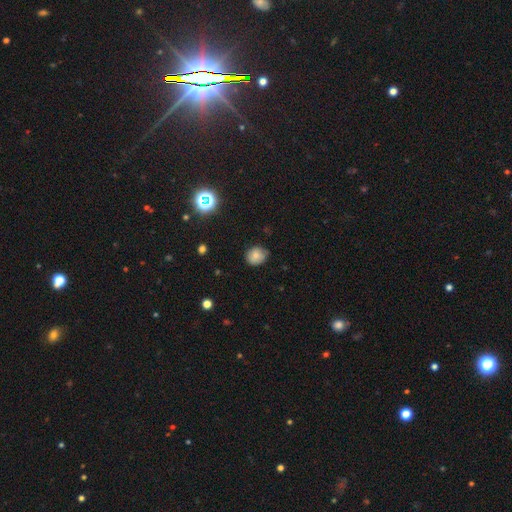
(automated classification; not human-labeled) Smooth or featured? smooth (79%)
How rounded? round (69%)
Merging? none (74%)